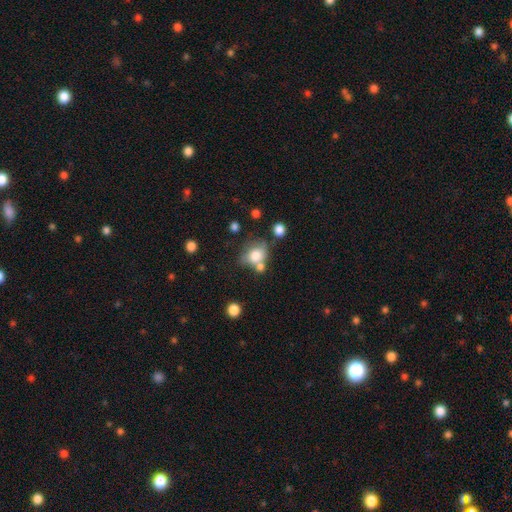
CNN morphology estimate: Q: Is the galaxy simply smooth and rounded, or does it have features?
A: smooth — 76%.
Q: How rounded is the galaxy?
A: round — 50%.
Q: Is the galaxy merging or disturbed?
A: none — 42%.